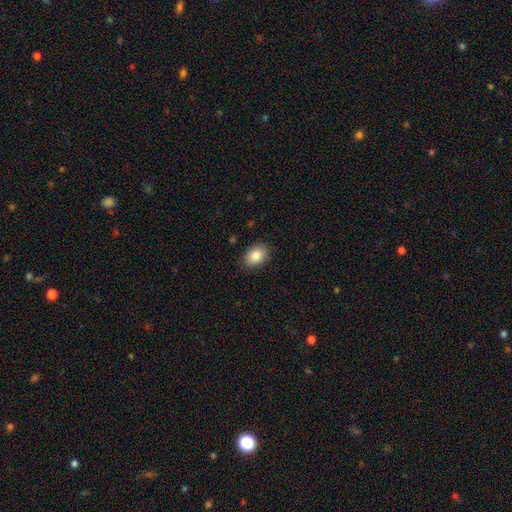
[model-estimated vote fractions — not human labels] smooth-or-featured: smooth: 86% | star or artifact: 8% | featured or disk: 7%
  how-rounded: in between: 78% | round: 21% | cigar-shaped: 1%
  merging: none: 87% | minor disturbance: 10% | major disturbance: 2% | merger: 1%